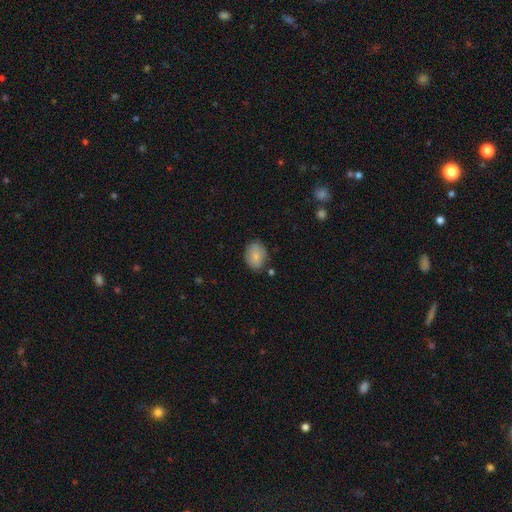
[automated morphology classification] type=smooth (80%); roundness=in between (66%); merging=none (75%).